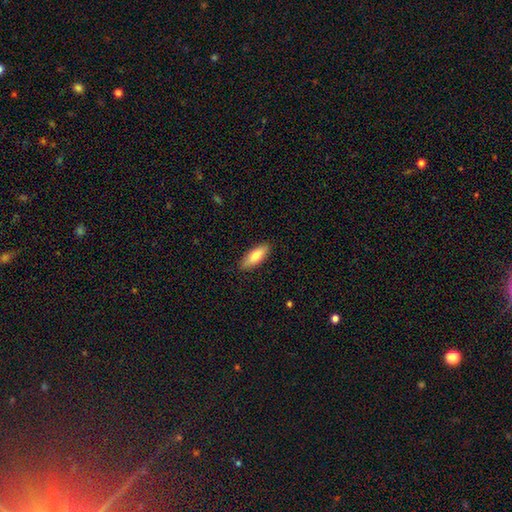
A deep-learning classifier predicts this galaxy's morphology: Smooth or featured?
  - smooth: 78% *
  - featured or disk: 17%
  - star or artifact: 6%
How rounded?
  - in between: 69% *
  - cigar-shaped: 28%
  - round: 2%
Merging?
  - none: 89% *
  - minor disturbance: 8%
  - major disturbance: 2%
  - merger: 1%